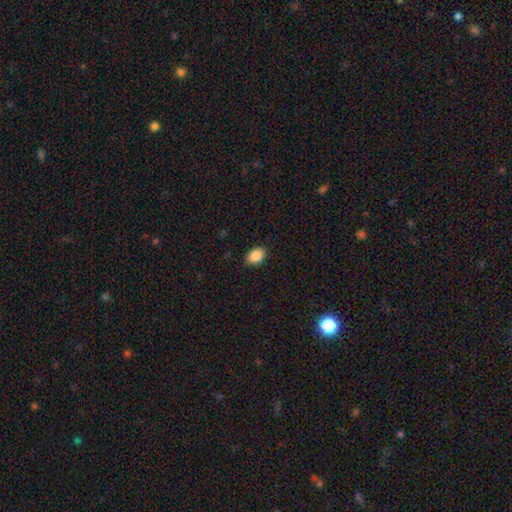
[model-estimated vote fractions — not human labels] Smooth or featured?
  - smooth: 88% *
  - star or artifact: 8%
  - featured or disk: 3%
How rounded?
  - in between: 79% *
  - round: 20%
  - cigar-shaped: 1%
Merging?
  - none: 88% *
  - minor disturbance: 9%
  - major disturbance: 2%
  - merger: 1%